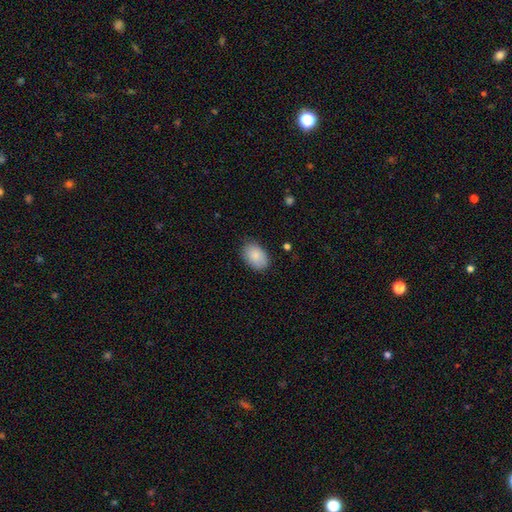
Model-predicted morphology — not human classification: Smooth or featured?
  - smooth: 87% *
  - featured or disk: 7%
  - star or artifact: 7%
How rounded?
  - in between: 86% *
  - round: 13%
  - cigar-shaped: 1%
Merging?
  - none: 80% *
  - minor disturbance: 16%
  - major disturbance: 3%
  - merger: 1%